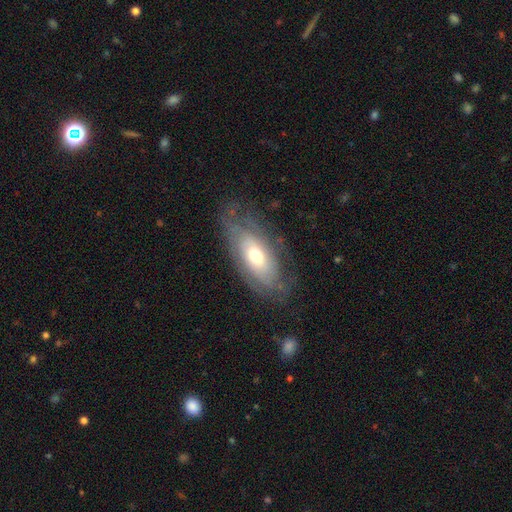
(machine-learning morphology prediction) smooth_or_featured: featured or disk (p=0.64) [alt: smooth p=0.29]
disk_edge_on: no (p=0.86) [alt: yes p=0.14]
bar: no (p=0.75) [alt: weak p=0.19]
has_spiral_arms: yes (p=0.75) [alt: no p=0.25]
bulge_size: moderate (p=0.67) [alt: small p=0.15]
merging: none (p=0.68) [alt: minor disturbance p=0.21]